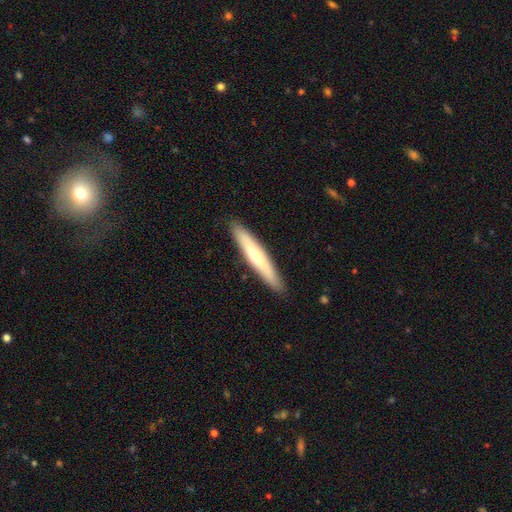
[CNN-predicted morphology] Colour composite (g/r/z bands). It shows a smooth galaxy with no disk features (49%). Merging: none (90%).